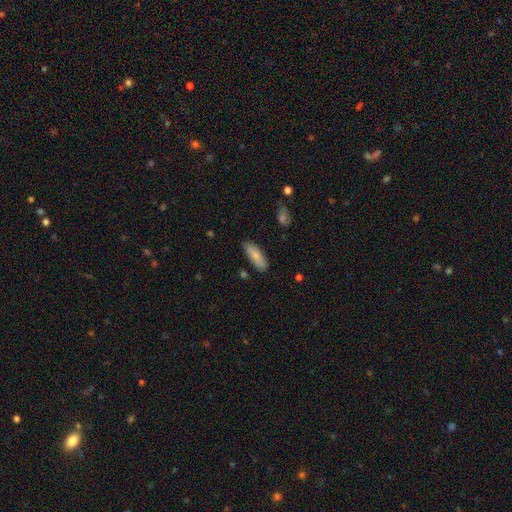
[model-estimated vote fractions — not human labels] smooth-or-featured: smooth: 82% | featured or disk: 12% | star or artifact: 6%
  how-rounded: in between: 65% | cigar-shaped: 33% | round: 2%
  merging: none: 84% | minor disturbance: 12% | major disturbance: 2% | merger: 2%